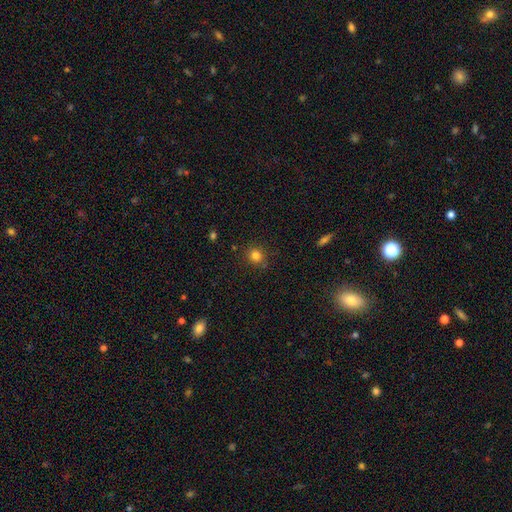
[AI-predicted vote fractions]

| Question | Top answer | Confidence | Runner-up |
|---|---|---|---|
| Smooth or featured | smooth | 81% | star or artifact (13%) |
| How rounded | round | 88% | in between (11%) |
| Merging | none | 86% | minor disturbance (9%) |